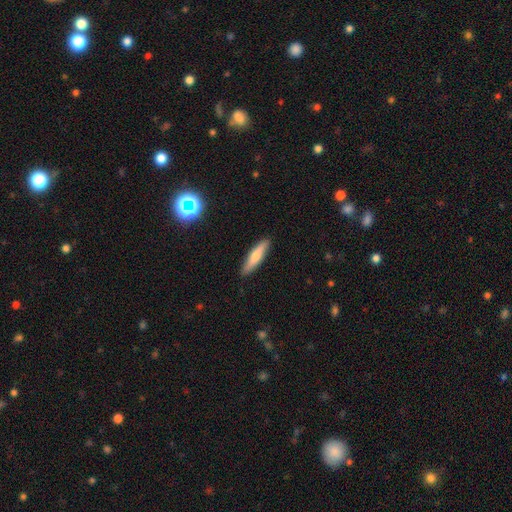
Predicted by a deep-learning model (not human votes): This appears to be a smooth galaxy with no disk features (68%) that is cigar-shaped (81%). Merging: none (89%).